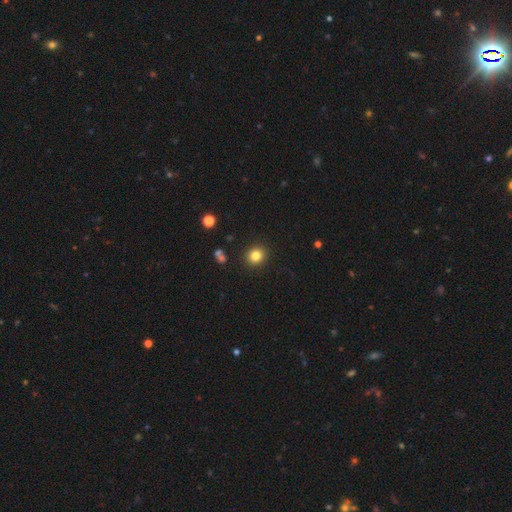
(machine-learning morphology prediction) smooth_or_featured: smooth (p=0.82) [alt: star or artifact p=0.12]
how_rounded: round (p=0.80) [alt: in between p=0.19]
merging: none (p=0.90) [alt: minor disturbance p=0.06]